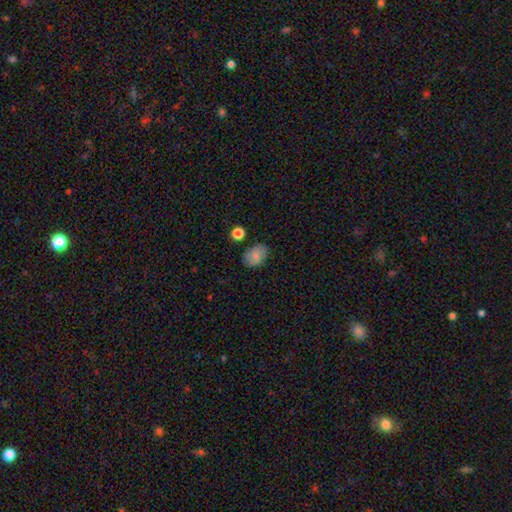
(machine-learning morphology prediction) Overall: smooth (77%). How rounded: in between (78%). Merging: none (80%).